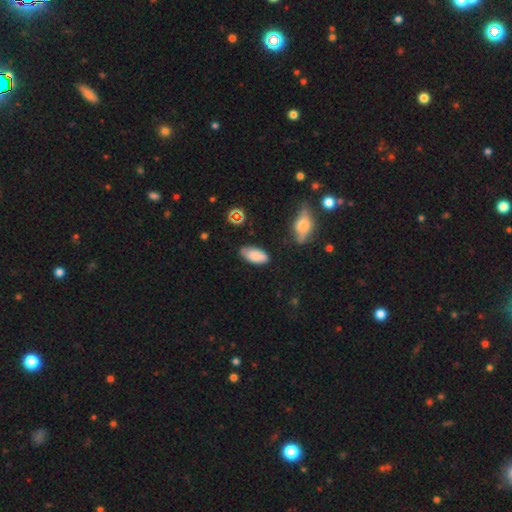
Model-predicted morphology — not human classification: This appears to be a smooth galaxy with no disk features (79%) that is in between round and cigar-shaped (91%). Merging: none (74%).